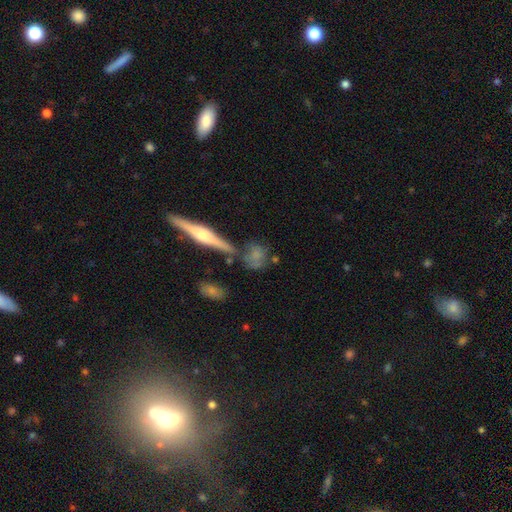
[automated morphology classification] Q: Smooth or featured?
A: smooth (64%); runner-up: featured or disk (26%)
Q: How rounded?
A: round (49%); runner-up: in between (36%)
Q: Merging?
A: none (51%); runner-up: minor disturbance (20%)